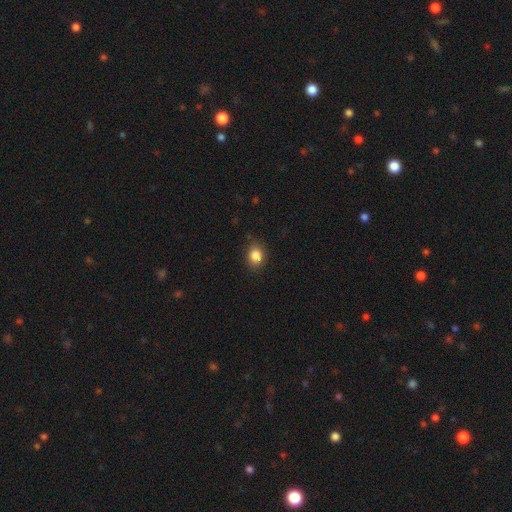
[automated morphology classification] Smooth or featured? Predicted: smooth (p=0.85). How rounded? Predicted: round (p=0.50). Merging? Predicted: none (p=0.80).